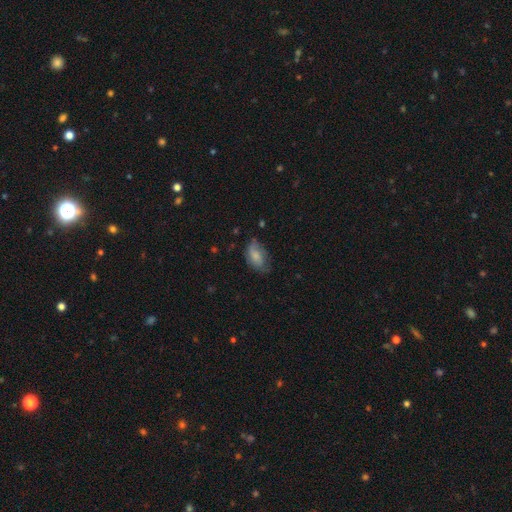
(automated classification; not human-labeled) Smooth or featured? smooth (71%)
How rounded? in between (90%)
Merging? none (54%)